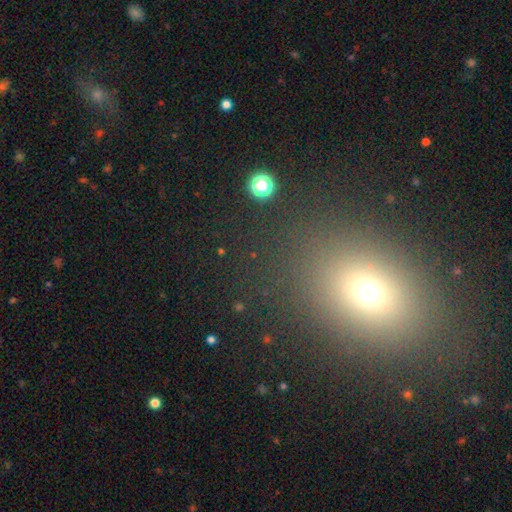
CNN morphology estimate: A smooth galaxy with no disk features (57%) that is in between round and cigar-shaped (50%). Merging: none (86%).